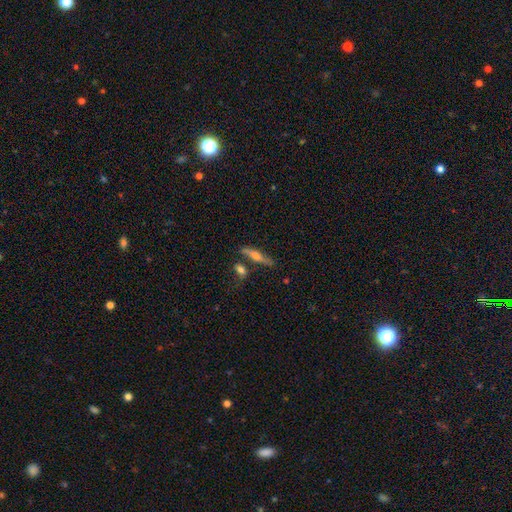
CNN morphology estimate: Overall: featured or disk (55%; smooth 38%). Edge-on disk: yes (92%). Edge-on bulge: rounded (89%). Merging: none (74%).